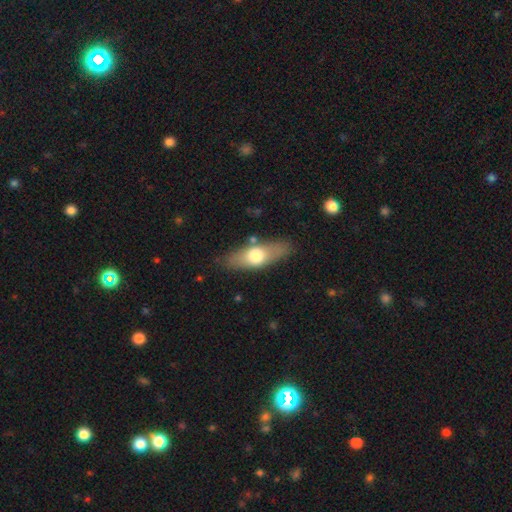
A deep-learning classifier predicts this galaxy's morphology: A smooth galaxy with no disk features (61%) that is in between round and cigar-shaped (62%).

Vote fractions:
- Smooth or featured? smooth: 61% / featured or disk: 33% / star or artifact: 6%
- How rounded? in between: 62% / cigar-shaped: 35% / round: 4%
- Merging? none: 81% / minor disturbance: 13% / major disturbance: 4% / merger: 3%